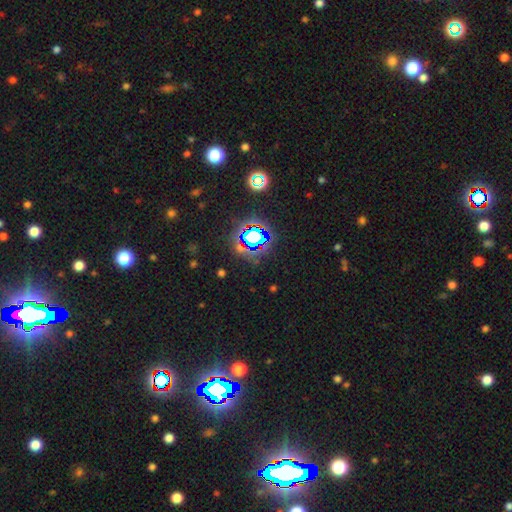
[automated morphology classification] Q: Smooth or featured?
A: star or artifact (81%); runner-up: smooth (12%)